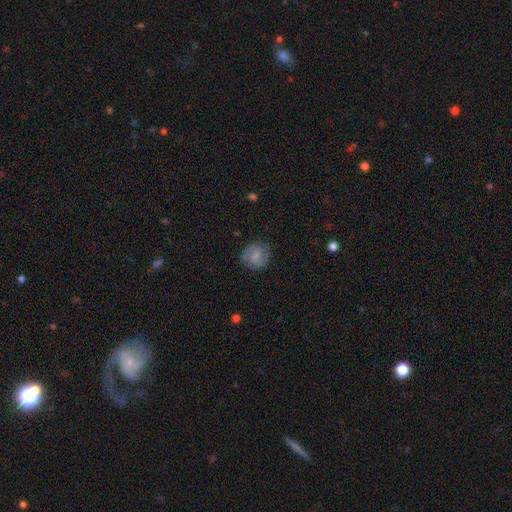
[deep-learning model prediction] smooth 53%, featured or disk 39%, star or artifact 8%. Down the decision tree: how rounded — round (74%); merging — none (76%).